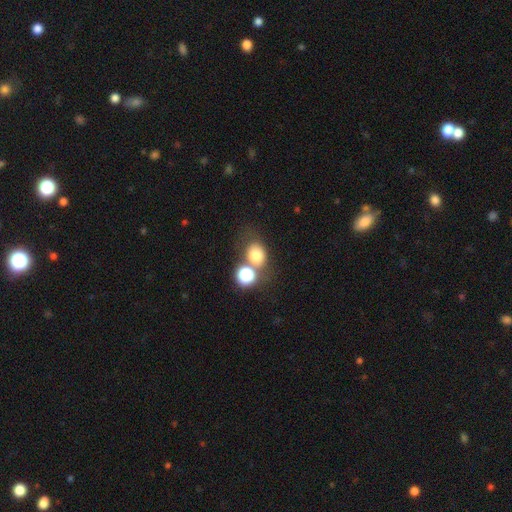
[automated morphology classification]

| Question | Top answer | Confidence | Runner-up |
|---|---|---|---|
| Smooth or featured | smooth | 73% | star or artifact (16%) |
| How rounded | round | 60% | in between (39%) |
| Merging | none | 53% | merger (28%) |